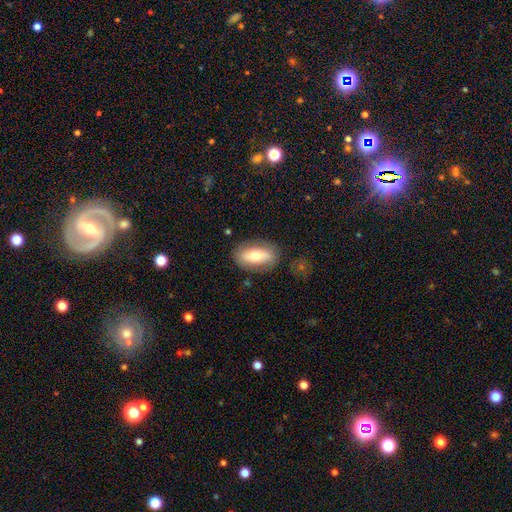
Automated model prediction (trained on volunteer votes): smooth_or_featured: smooth (p=0.63) [alt: featured or disk p=0.30]
how_rounded: in between (p=0.87) [alt: cigar-shaped p=0.08]
merging: none (p=0.81) [alt: minor disturbance p=0.13]